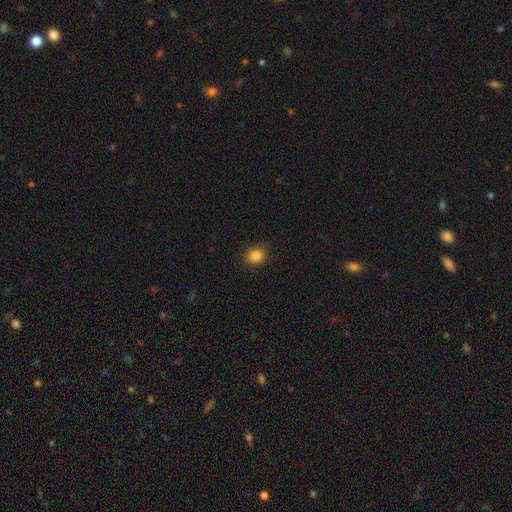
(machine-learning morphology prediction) This appears to be a smooth galaxy with no disk features (85%) that is round (67%). Merging: none (82%).